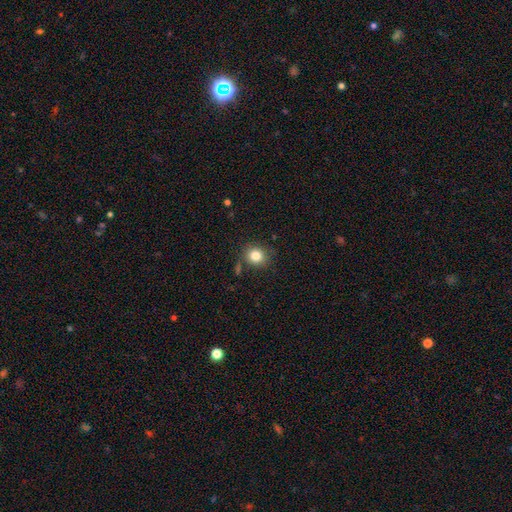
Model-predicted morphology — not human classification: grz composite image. It shows a smooth galaxy with no disk features (82%) that is round (77%). Merging: none (81%).